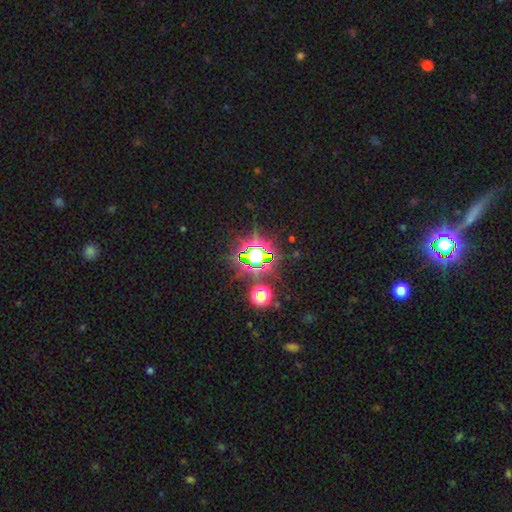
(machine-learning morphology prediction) Smooth or featured? star or artifact (72%)